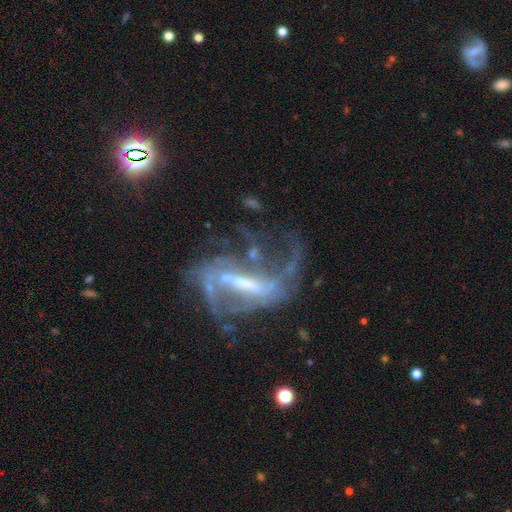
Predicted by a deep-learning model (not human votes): This is clearly a featured or disk galaxy (84%). It is clearly not viewed edge-on (92%). Bar: likely strong (65%). Spiral arm pattern: clearly yes (88%). Spiral arm count: possibly 2 (55%). Spiral winding: possibly loose (51%). Central bulge: marginally moderate (35%). Merging: marginally none (39%).